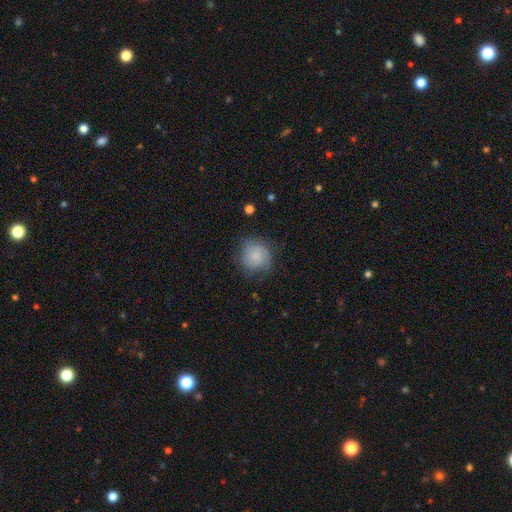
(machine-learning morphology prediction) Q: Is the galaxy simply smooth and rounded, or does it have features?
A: smooth — 68%.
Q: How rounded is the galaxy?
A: round — 88%.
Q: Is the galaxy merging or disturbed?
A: none — 68%.